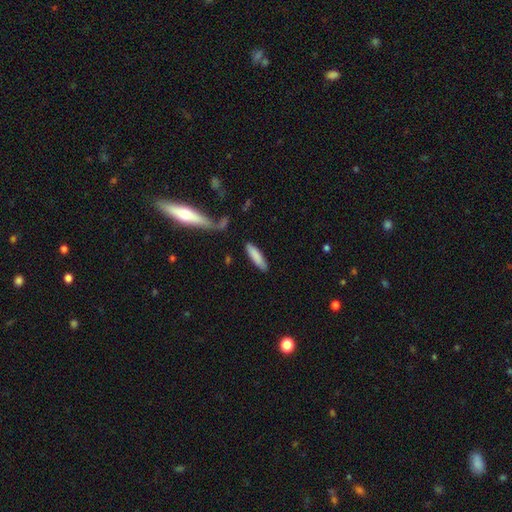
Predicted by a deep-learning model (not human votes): smooth_or_featured: smooth (p=0.84) [alt: featured or disk p=0.11]
how_rounded: cigar-shaped (p=0.73) [alt: in between p=0.25]
merging: none (p=0.82) [alt: minor disturbance p=0.11]